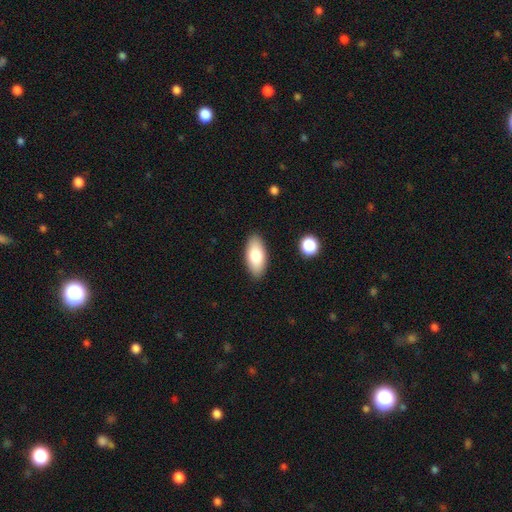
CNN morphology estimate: Overall: smooth (79%). How rounded: in between (91%). Merging: none (89%).